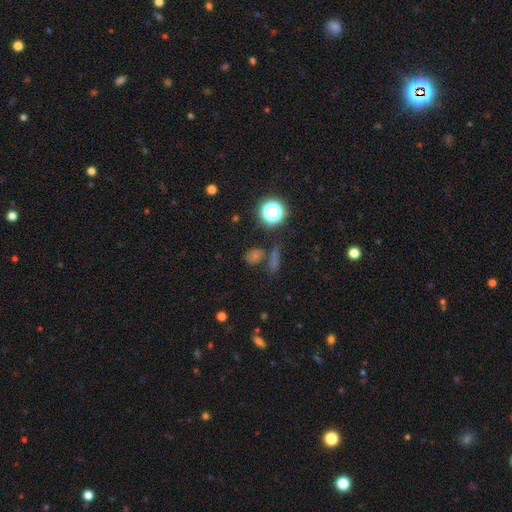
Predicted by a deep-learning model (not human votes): smooth_or_featured: smooth (p=0.50) [alt: star or artifact p=0.40]
how_rounded: round (p=0.64) [alt: in between p=0.28]
merging: none (p=0.68) [alt: merger p=0.17]